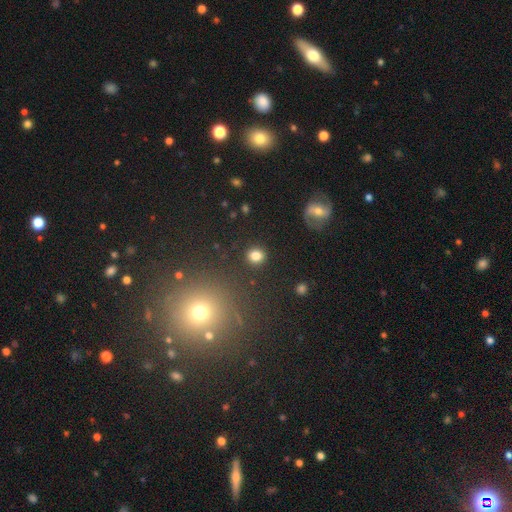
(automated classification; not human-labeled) The model was most divided on "how rounded": round: 82%, in between: 17%, cigar-shaped: 1%. More confident: merging — none (89%); smooth or featured — smooth (82%).